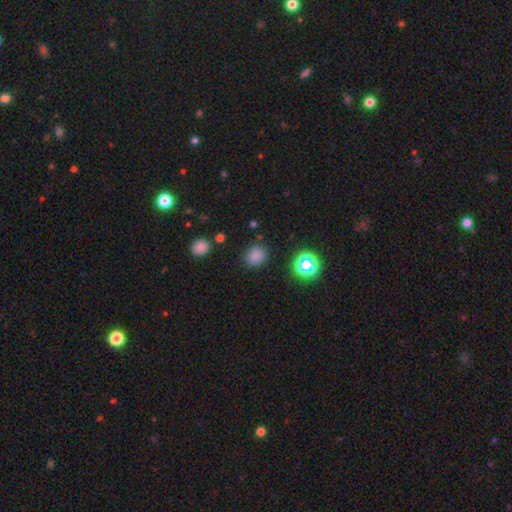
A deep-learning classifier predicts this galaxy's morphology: Overall: smooth (77%). How rounded: round (70%). Merging: none (84%).